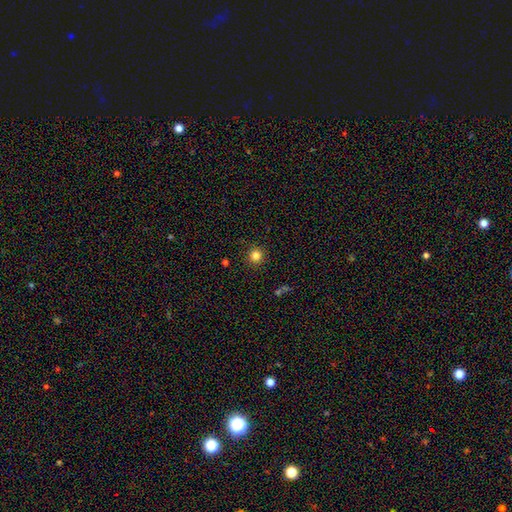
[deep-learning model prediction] smooth-or-featured: smooth: 82% | star or artifact: 13% | featured or disk: 5%
  how-rounded: round: 94% | in between: 5% | cigar-shaped: 1%
  merging: none: 91% | minor disturbance: 6% | major disturbance: 2% | merger: 1%